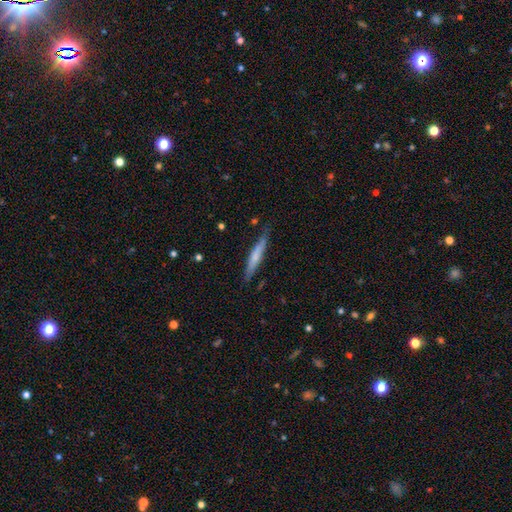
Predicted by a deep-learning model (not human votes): Smooth or featured? Predicted: smooth (p=0.55). How rounded? Predicted: cigar-shaped (p=0.93). Merging? Predicted: none (p=0.79).